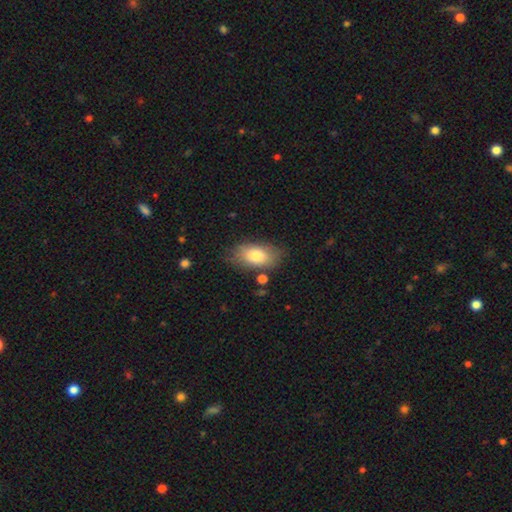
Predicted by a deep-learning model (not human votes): This appears to be a smooth galaxy with no disk features (79%) that is in between round and cigar-shaped (90%). Merging: none (75%).